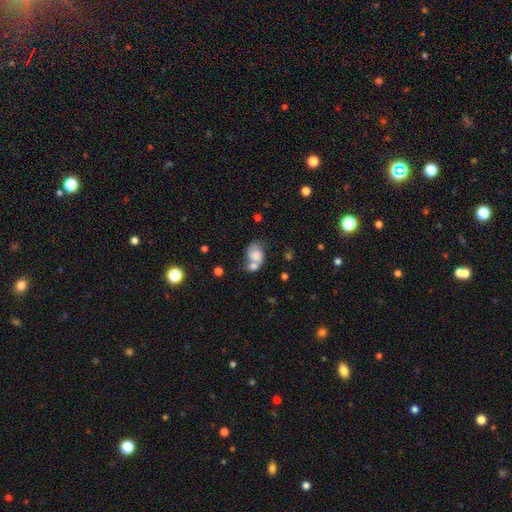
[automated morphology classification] Smooth or featured?
  - smooth: 53% *
  - featured or disk: 37%
  - star or artifact: 10%
How rounded?
  - in between: 62% *
  - round: 36%
  - cigar-shaped: 2%
Merging?
  - merger: 55% *
  - none: 23%
  - minor disturbance: 13%
  - major disturbance: 10%